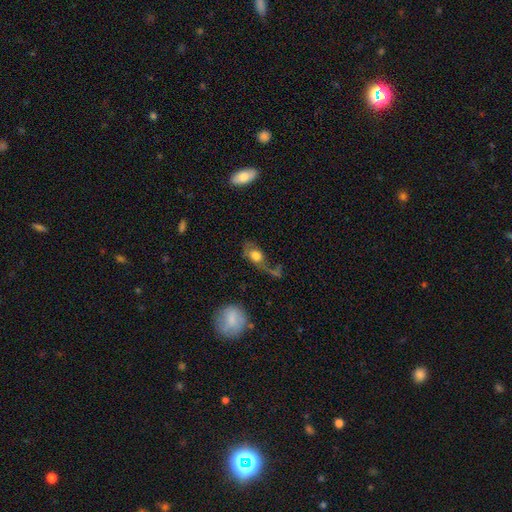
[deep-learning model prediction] Smooth or featured? smooth (61%)
How rounded? in between (71%)
Merging? major disturbance (37%)